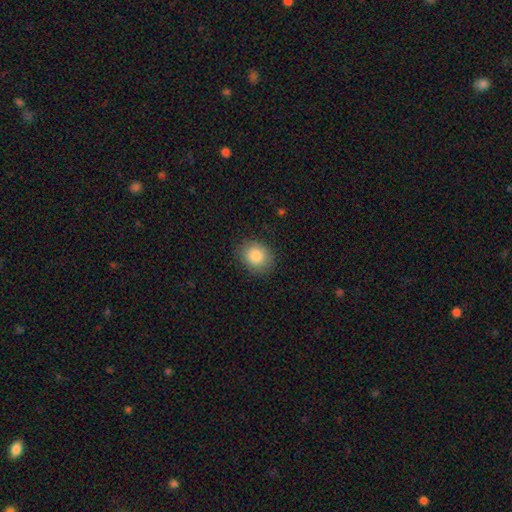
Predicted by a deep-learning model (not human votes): Smooth or featured? smooth (86%)
How rounded? round (68%)
Merging? none (86%)